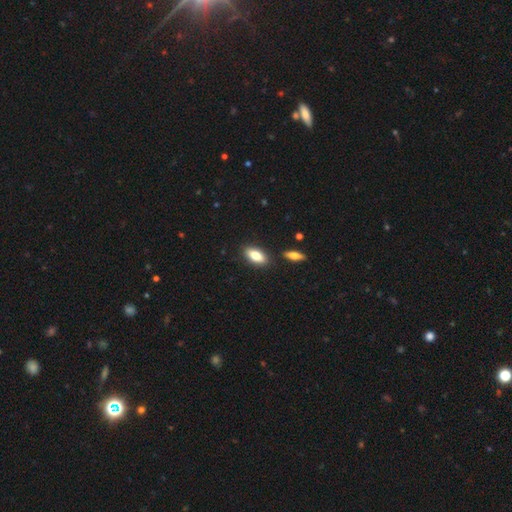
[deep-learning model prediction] smooth_or_featured: smooth (p=0.80) [alt: featured or disk p=0.13]
how_rounded: in between (p=0.87) [alt: cigar-shaped p=0.10]
merging: none (p=0.84) [alt: minor disturbance p=0.09]